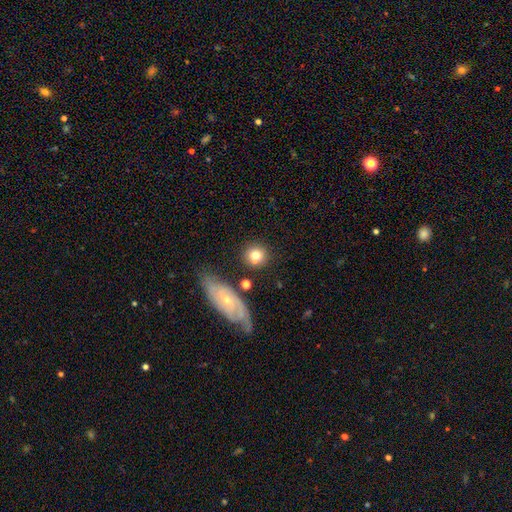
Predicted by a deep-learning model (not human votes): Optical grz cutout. It shows a smooth galaxy with no disk features (74%) that is round (88%). Merging: none (70%).